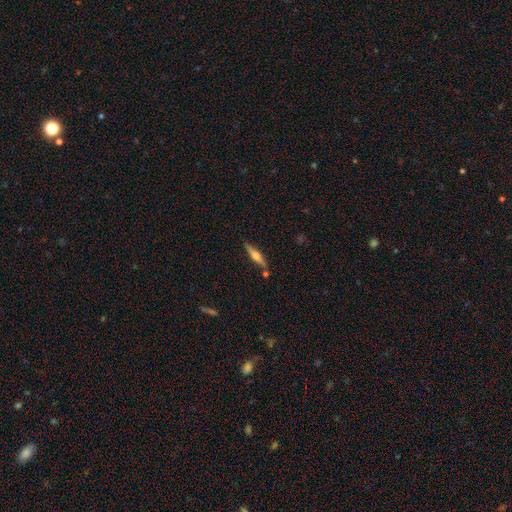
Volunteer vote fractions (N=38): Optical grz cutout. It shows a featured or disk galaxy (55%) viewed edge-on (95%) with a rounded central bulge (100%). Merging: none (69%).